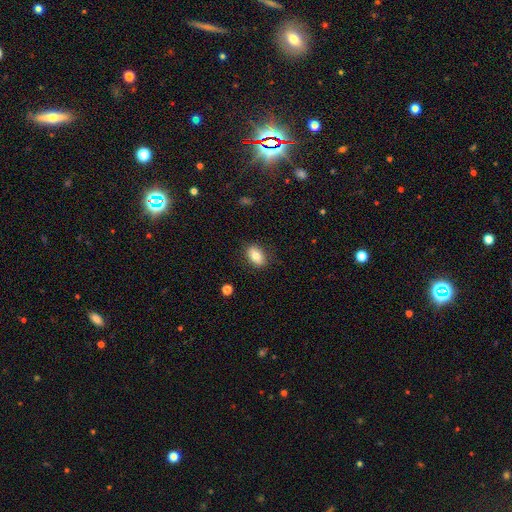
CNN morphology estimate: Smooth or featured: smooth — 79% (featured or disk — 13%)
How rounded: in between — 87% (round — 11%)
Merging: none — 85% (minor disturbance — 11%)